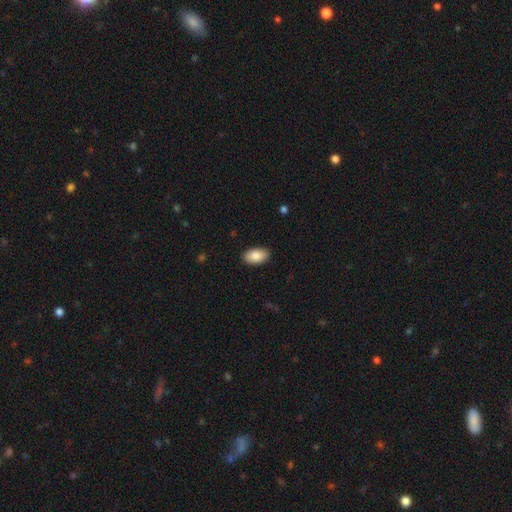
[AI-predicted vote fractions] Smooth or featured: smooth — 85% (featured or disk — 8%)
How rounded: in between — 94% (round — 4%)
Merging: none — 90% (minor disturbance — 8%)